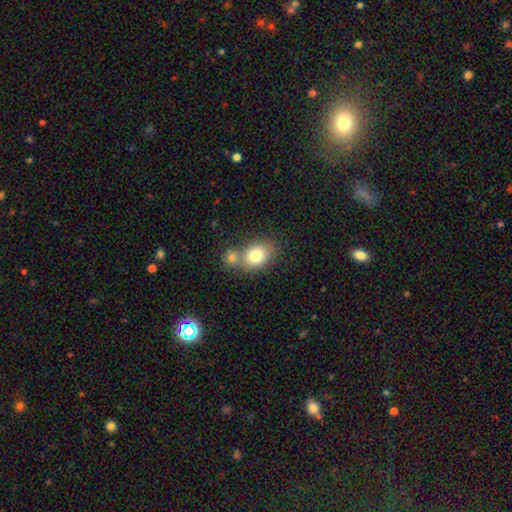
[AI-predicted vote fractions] Smooth or featured? smooth (78%)
How rounded? in between (57%)
Merging? merger (43%, tied with none)